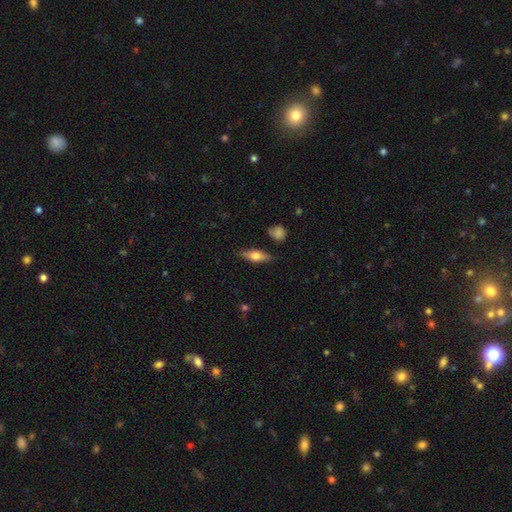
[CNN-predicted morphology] Q: Smooth or featured?
A: smooth (50%); runner-up: featured or disk (43%)
Q: How rounded?
A: in between (51%); runner-up: cigar-shaped (46%)
Q: Merging?
A: none (82%); runner-up: minor disturbance (13%)